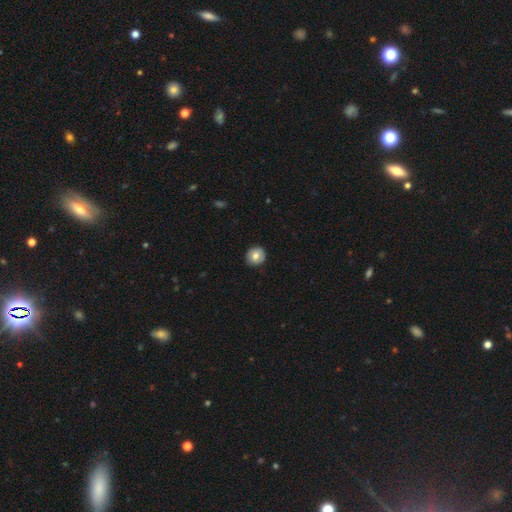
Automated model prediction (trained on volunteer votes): This is likely a smooth galaxy (72%). How rounded: clearly round (88%). Merging: clearly none (89%).